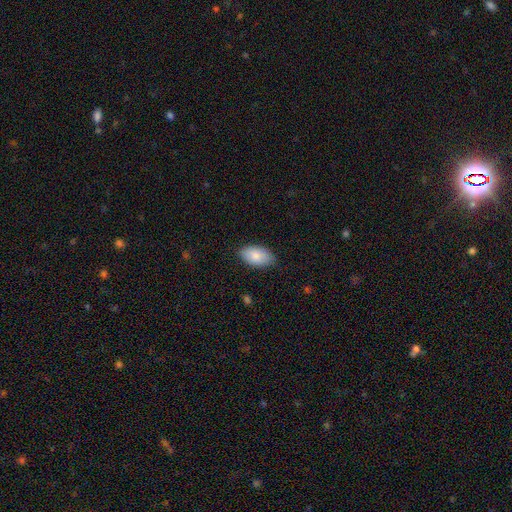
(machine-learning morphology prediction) smooth_or_featured: smooth (p=0.85) [alt: featured or disk p=0.09]
how_rounded: in between (p=0.95) [alt: round p=0.04]
merging: none (p=0.82) [alt: minor disturbance p=0.14]